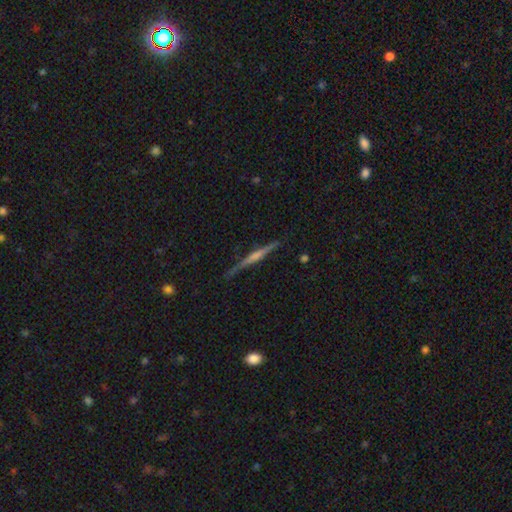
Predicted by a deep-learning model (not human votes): featured or disk 76%, smooth 15%, star or artifact 9%. Down the decision tree: edge-on disk — yes (97%); edge-on bulge — rounded (71%); merging — none (89%).